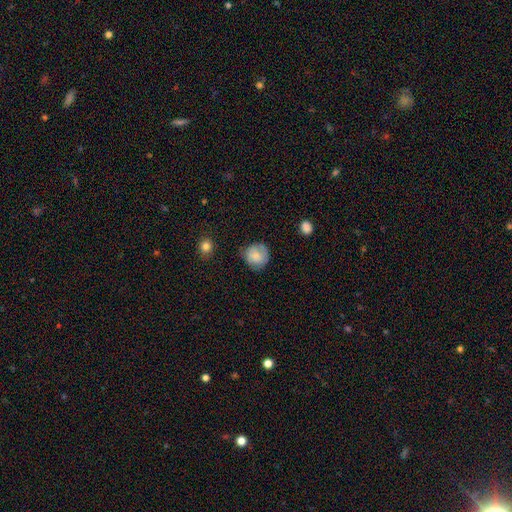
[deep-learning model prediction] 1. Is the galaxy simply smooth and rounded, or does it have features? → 76% smooth, 16% featured or disk, 8% star or artifact.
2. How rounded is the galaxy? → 86% round, 13% in between, 1% cigar-shaped.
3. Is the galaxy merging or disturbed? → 72% none, 20% minor disturbance, 6% major disturbance, 2% merger.